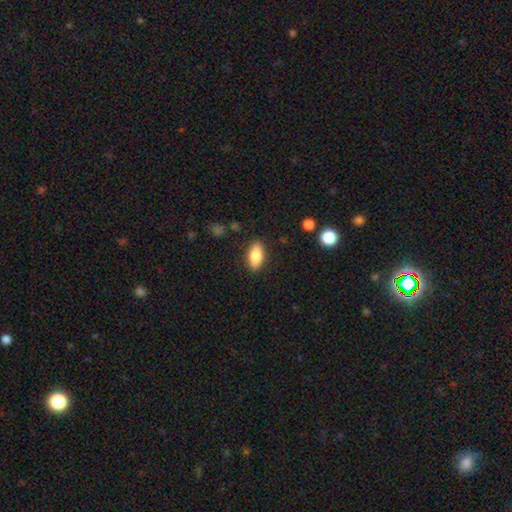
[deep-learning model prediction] Q: Smooth or featured?
A: smooth (81%); runner-up: featured or disk (12%)
Q: How rounded?
A: in between (84%); runner-up: cigar-shaped (13%)
Q: Merging?
A: none (87%); runner-up: minor disturbance (9%)